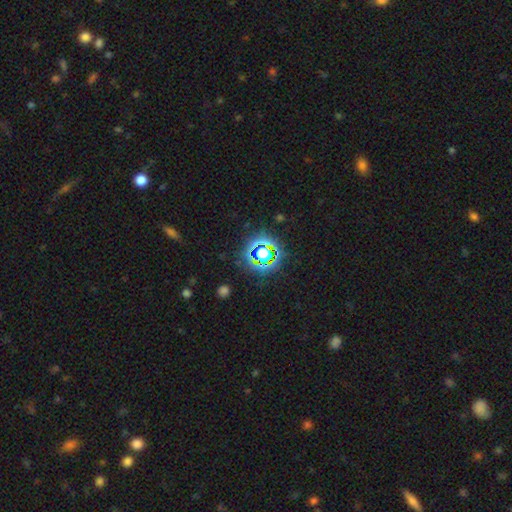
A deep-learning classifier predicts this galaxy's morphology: Overall: star or artifact (68%).